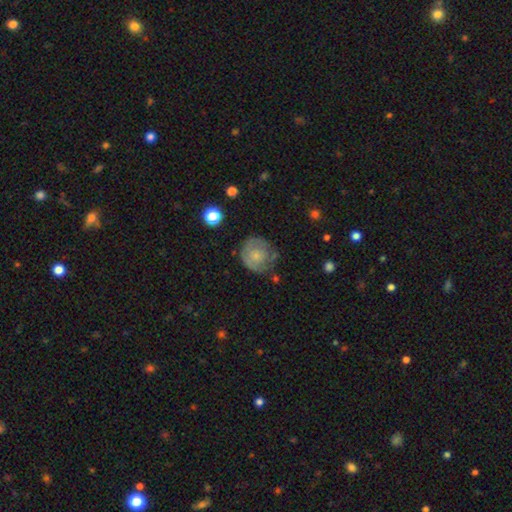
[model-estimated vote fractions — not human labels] Smooth or featured? Predicted: smooth (p=0.55). How rounded? Predicted: round (p=0.84). Merging? Predicted: none (p=0.55).